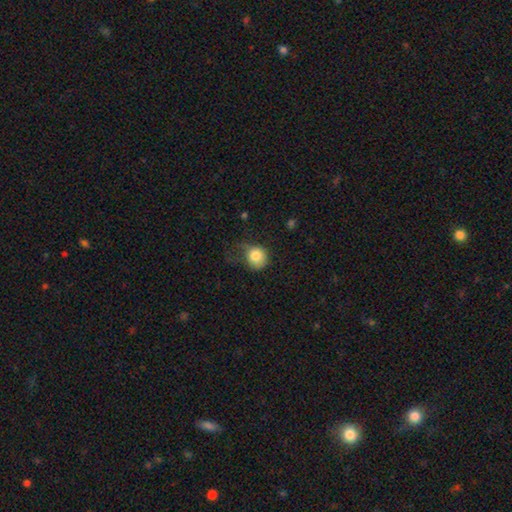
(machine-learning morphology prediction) Q: Smooth or featured?
A: smooth (83%); runner-up: star or artifact (9%)
Q: How rounded?
A: round (83%); runner-up: in between (16%)
Q: Merging?
A: none (40%); runner-up: minor disturbance (36%)